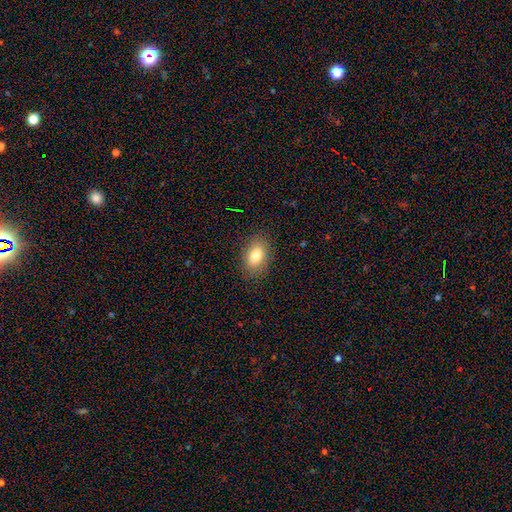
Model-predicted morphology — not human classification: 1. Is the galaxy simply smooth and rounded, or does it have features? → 82% smooth, 10% featured or disk, 9% star or artifact.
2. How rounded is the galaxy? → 87% in between, 11% round, 2% cigar-shaped.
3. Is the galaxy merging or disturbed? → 86% none, 10% minor disturbance, 3% major disturbance, 1% merger.